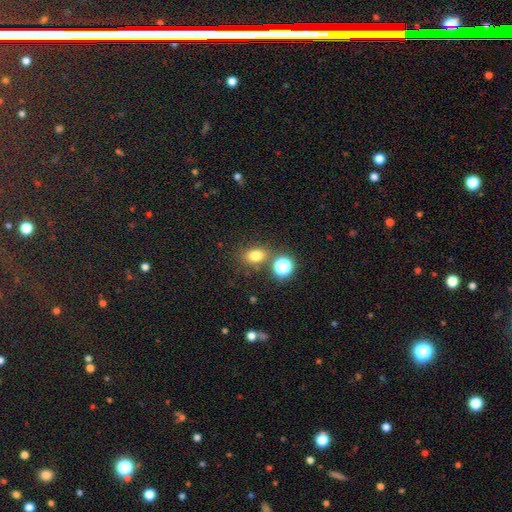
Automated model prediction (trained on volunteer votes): Q: Smooth or featured?
A: smooth (74%); runner-up: star or artifact (18%)
Q: How rounded?
A: in between (53%); runner-up: round (45%)
Q: Merging?
A: none (72%); runner-up: minor disturbance (12%)